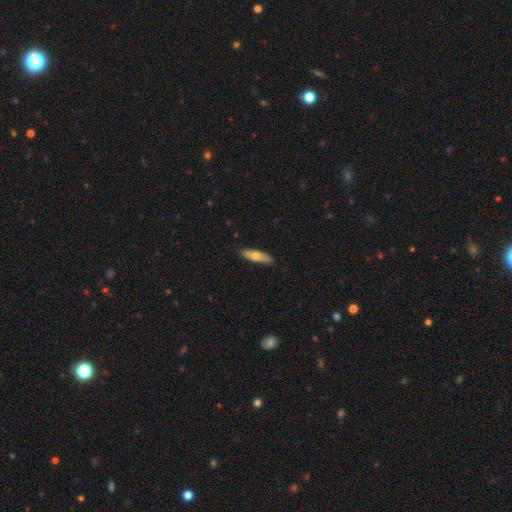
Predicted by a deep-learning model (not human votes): This appears to be a smooth galaxy with no disk features (59%) that is cigar-shaped (67%). Merging: none (89%).